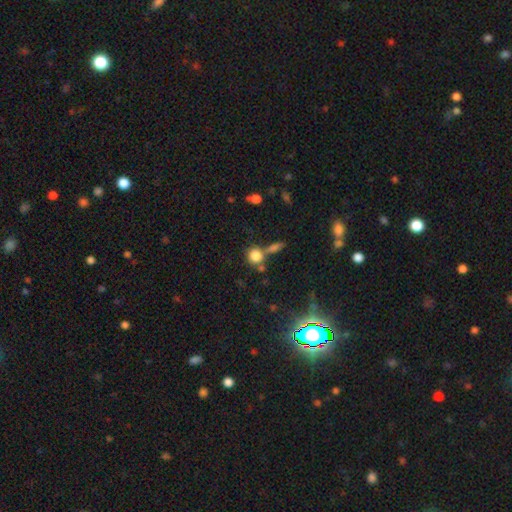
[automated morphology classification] Smooth or featured?
  - smooth: 81% *
  - star or artifact: 12%
  - featured or disk: 7%
How rounded?
  - round: 81% *
  - in between: 16%
  - cigar-shaped: 2%
Merging?
  - none: 55% *
  - merger: 29%
  - minor disturbance: 11%
  - major disturbance: 5%